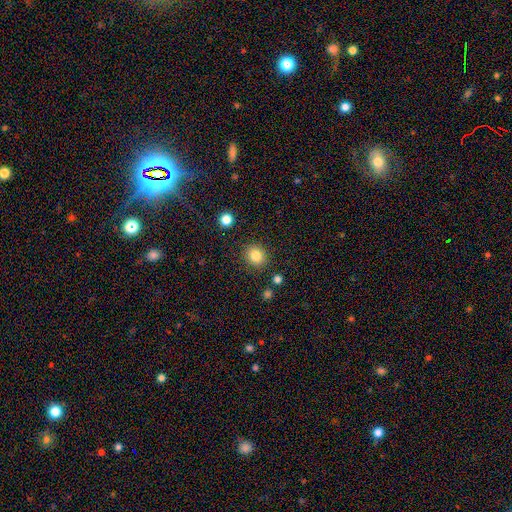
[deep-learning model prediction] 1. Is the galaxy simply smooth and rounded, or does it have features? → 83% smooth, 11% star or artifact, 6% featured or disk.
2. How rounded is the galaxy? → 83% round, 16% in between, 1% cigar-shaped.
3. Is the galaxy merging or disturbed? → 88% none, 7% minor disturbance, 2% major disturbance, 2% merger.